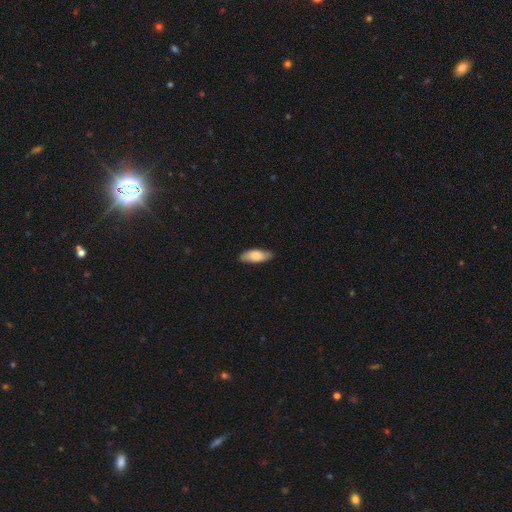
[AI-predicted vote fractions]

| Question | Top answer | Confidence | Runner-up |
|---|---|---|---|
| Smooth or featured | smooth | 82% | featured or disk (13%) |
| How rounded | in between | 77% | cigar-shaped (21%) |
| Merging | none | 86% | minor disturbance (11%) |